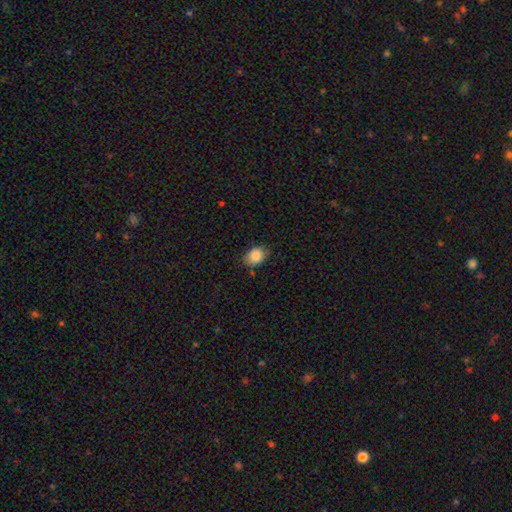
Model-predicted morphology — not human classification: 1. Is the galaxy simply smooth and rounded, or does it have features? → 86% smooth, 8% star or artifact, 6% featured or disk.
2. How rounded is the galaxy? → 75% in between, 24% round, 1% cigar-shaped.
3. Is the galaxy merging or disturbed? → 75% none, 20% minor disturbance, 3% major disturbance, 2% merger.